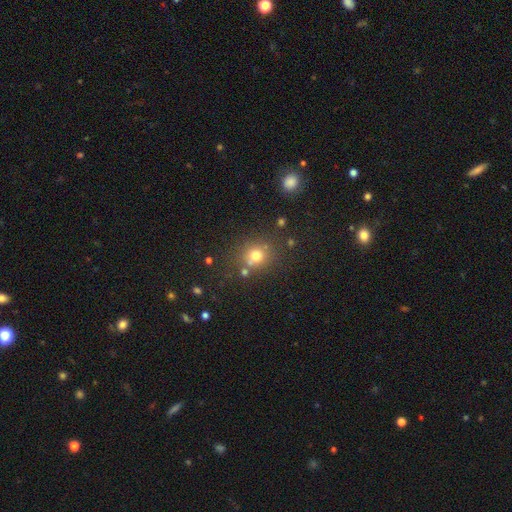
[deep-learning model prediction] Overall: smooth (72%). How rounded: round (82%). Merging: none (69%).